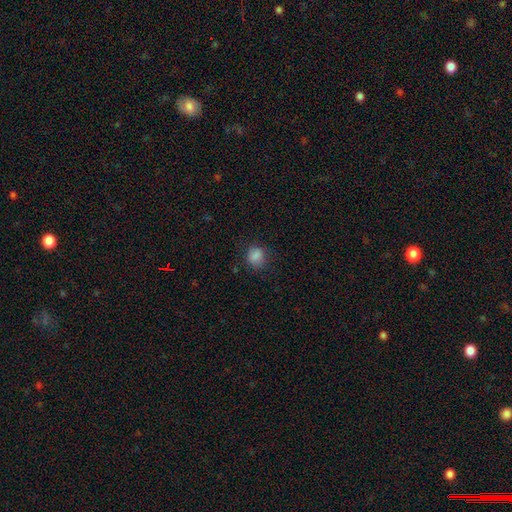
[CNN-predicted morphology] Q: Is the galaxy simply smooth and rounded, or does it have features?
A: smooth — 85%.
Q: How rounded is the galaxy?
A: round — 68%.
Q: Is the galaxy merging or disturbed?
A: none — 77%.